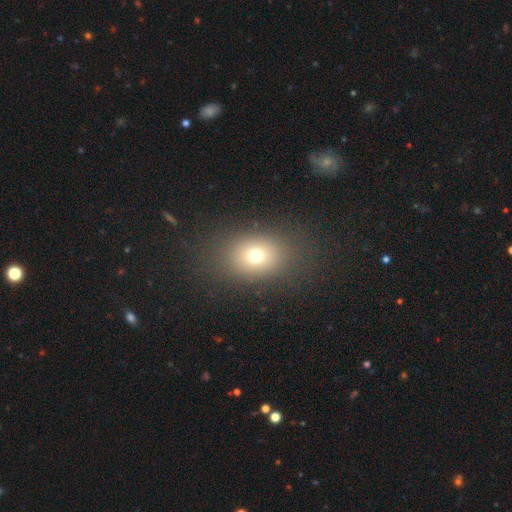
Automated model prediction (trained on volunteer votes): The model was most divided on "how rounded": in between: 61%, round: 38%, cigar-shaped: 1%. More confident: merging — none (82%); smooth or featured — smooth (71%).